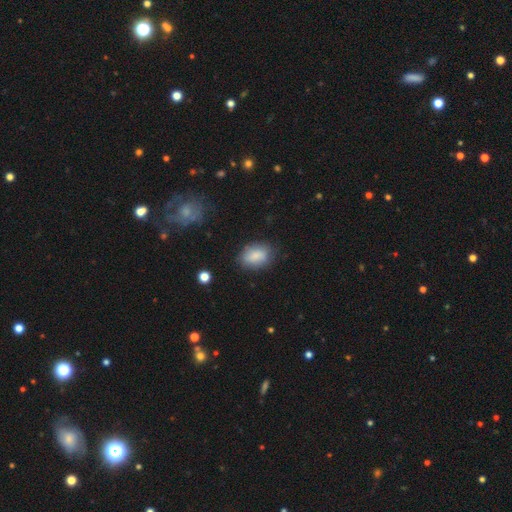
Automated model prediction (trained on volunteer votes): smooth 83%, featured or disk 9%, star or artifact 7%. Down the decision tree: how rounded — in between (83%); merging — none (76%).